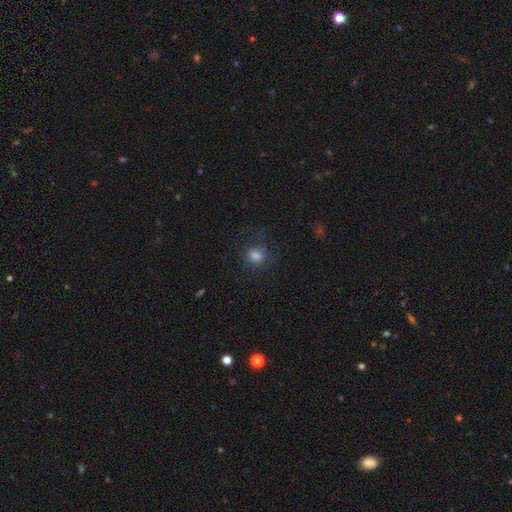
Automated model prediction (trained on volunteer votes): Smooth or featured?
  - smooth: 75% *
  - star or artifact: 17%
  - featured or disk: 9%
How rounded?
  - round: 78% *
  - in between: 21%
  - cigar-shaped: 1%
Merging?
  - none: 75% *
  - minor disturbance: 15%
  - major disturbance: 9%
  - merger: 2%